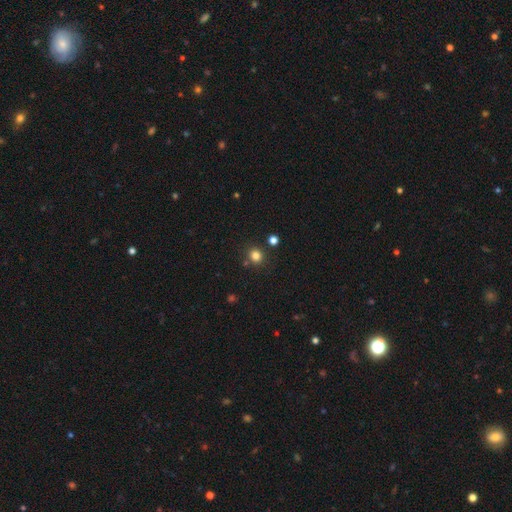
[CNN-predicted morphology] Overall: smooth (81%). How rounded: round (86%). Merging: none (82%).